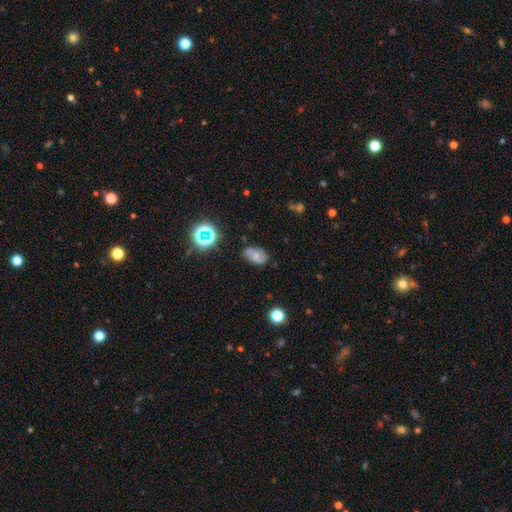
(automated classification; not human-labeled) Q: Smooth or featured?
A: smooth (52%); runner-up: featured or disk (32%)
Q: How rounded?
A: in between (85%); runner-up: round (13%)
Q: Merging?
A: none (63%); runner-up: minor disturbance (26%)